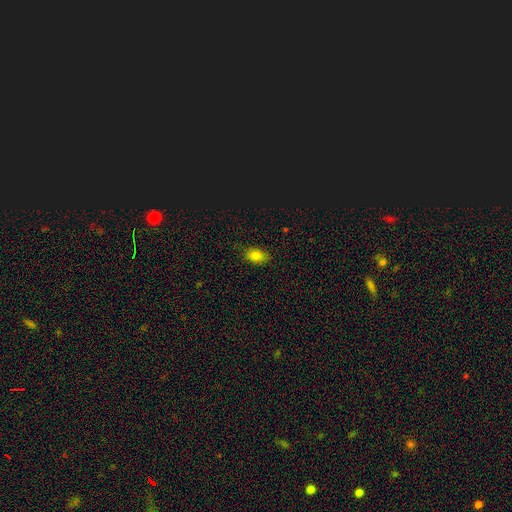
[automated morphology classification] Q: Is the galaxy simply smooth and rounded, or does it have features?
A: smooth — 80%.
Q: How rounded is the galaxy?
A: in between — 81%.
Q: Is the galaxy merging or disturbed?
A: none — 82%.